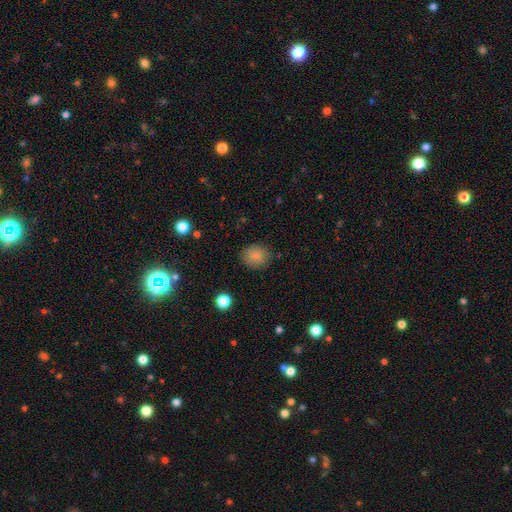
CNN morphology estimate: The model was most divided on "how rounded": round: 72%, in between: 27%, cigar-shaped: 1%. More confident: merging — none (85%); smooth or featured — smooth (85%).